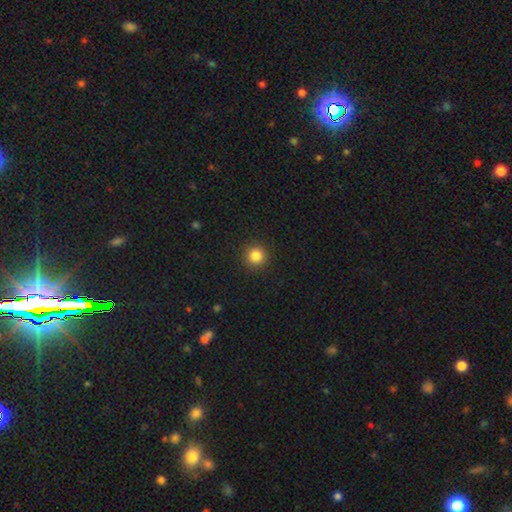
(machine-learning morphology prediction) Overall: smooth (84%). How rounded: round (95%). Merging: none (92%).